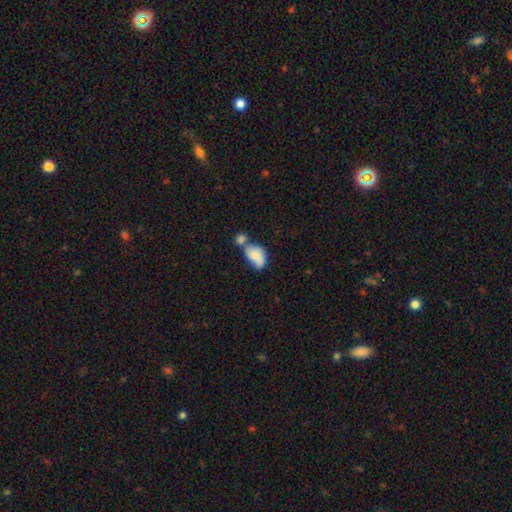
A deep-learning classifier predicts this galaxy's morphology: Q: Smooth or featured?
A: smooth (74%); runner-up: featured or disk (19%)
Q: How rounded?
A: in between (86%); runner-up: round (12%)
Q: Merging?
A: merger (60%); runner-up: none (17%)